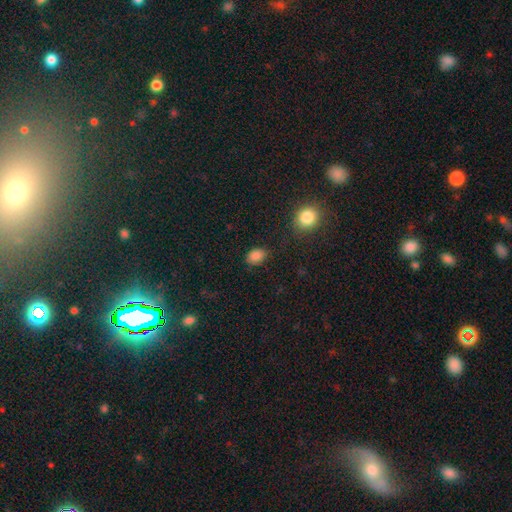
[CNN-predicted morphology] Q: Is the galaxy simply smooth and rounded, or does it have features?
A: smooth — 85%.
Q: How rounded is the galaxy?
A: in between — 76%.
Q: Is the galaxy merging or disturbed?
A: none — 78%.